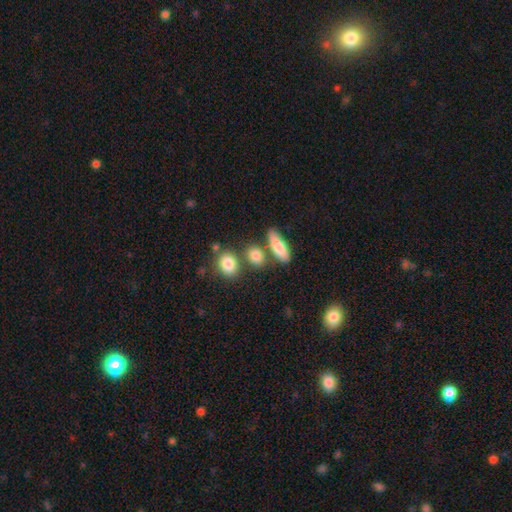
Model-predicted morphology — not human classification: type=smooth (82%); roundness=in between (48%); merging=none (64%).